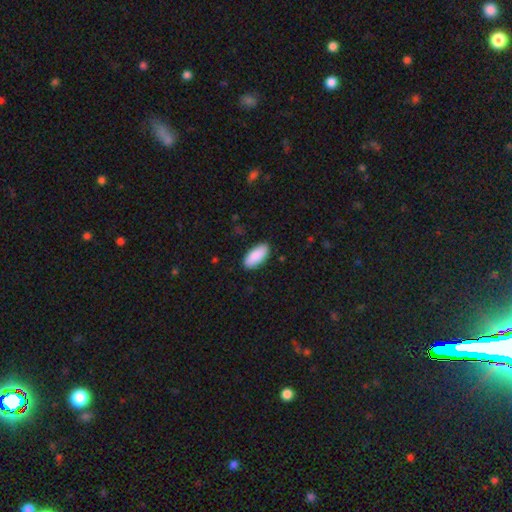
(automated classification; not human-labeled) This is clearly a smooth galaxy (90%). How rounded: clearly in between (90%). Merging: clearly none (88%).